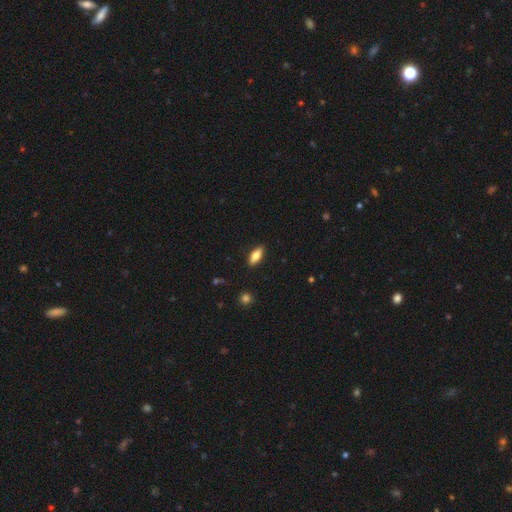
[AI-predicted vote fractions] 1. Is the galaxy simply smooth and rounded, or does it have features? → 75% smooth, 18% featured or disk, 7% star or artifact.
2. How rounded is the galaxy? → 77% in between, 20% cigar-shaped, 2% round.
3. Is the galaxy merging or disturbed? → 88% none, 9% minor disturbance, 2% major disturbance, 1% merger.